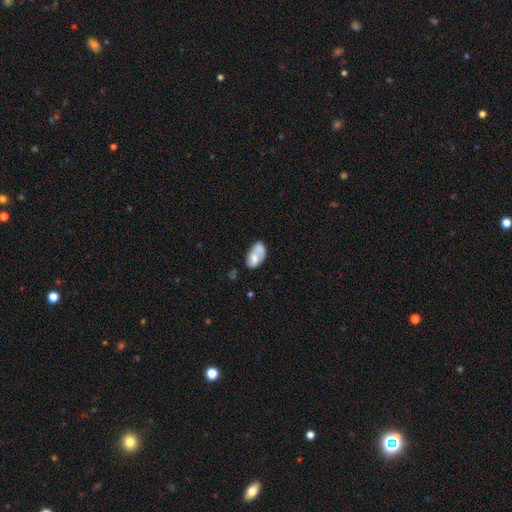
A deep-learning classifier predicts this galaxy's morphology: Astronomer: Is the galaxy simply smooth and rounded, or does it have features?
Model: smooth — 61%.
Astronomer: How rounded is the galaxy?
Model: in between — 90%.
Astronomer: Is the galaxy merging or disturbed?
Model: merger — 42% (runner-up: none, 28%).